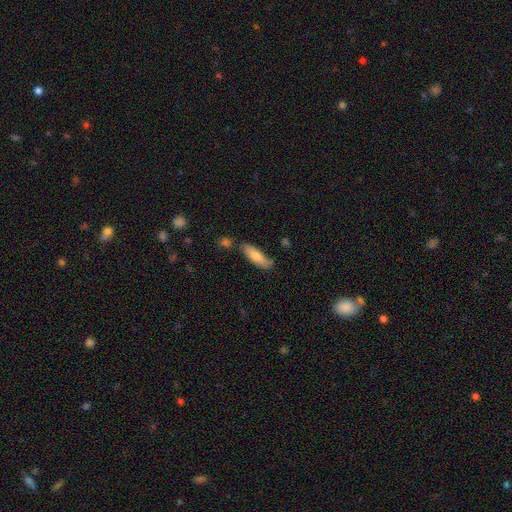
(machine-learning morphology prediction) type=smooth (77%); roundness=cigar-shaped (56%); merging=none (71%).